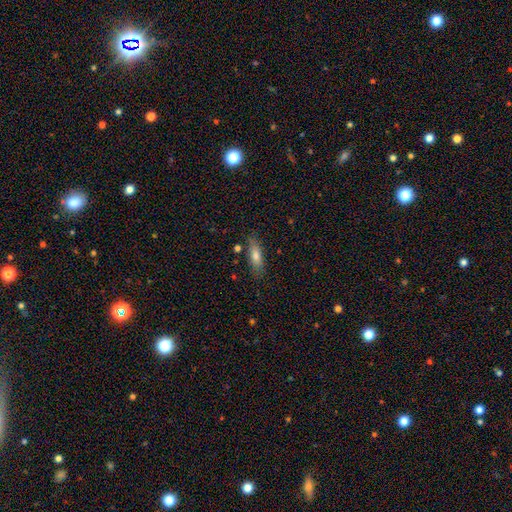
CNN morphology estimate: A smooth galaxy with no disk features (75%) that is in between round and cigar-shaped (58%). Merging: none (79%).